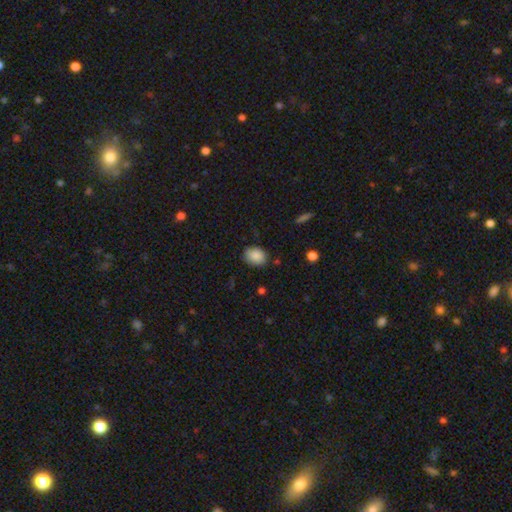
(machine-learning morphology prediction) smooth-or-featured: smooth: 87% | star or artifact: 8% | featured or disk: 5%
  how-rounded: in between: 60% | round: 39% | cigar-shaped: 1%
  merging: none: 81% | minor disturbance: 15% | major disturbance: 3% | merger: 2%